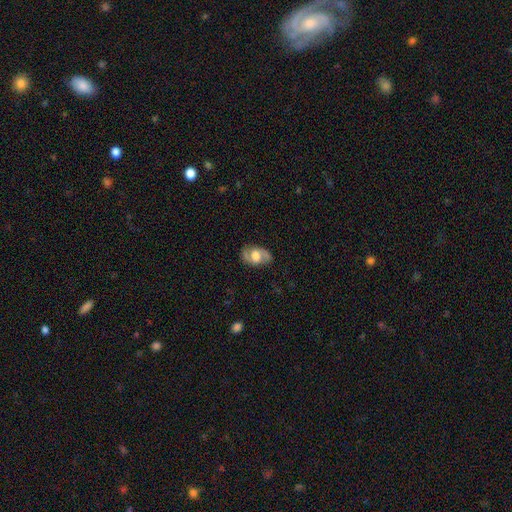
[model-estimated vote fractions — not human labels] featured or disk 66%, smooth 27%, star or artifact 7%. Down the decision tree: edge-on disk — no (95%); bar — no (44%); spiral arms — yes (82%); spiral arm count — 2 (88%); spiral winding — medium (49%); bulge size — large (46%); merging — none (79%).